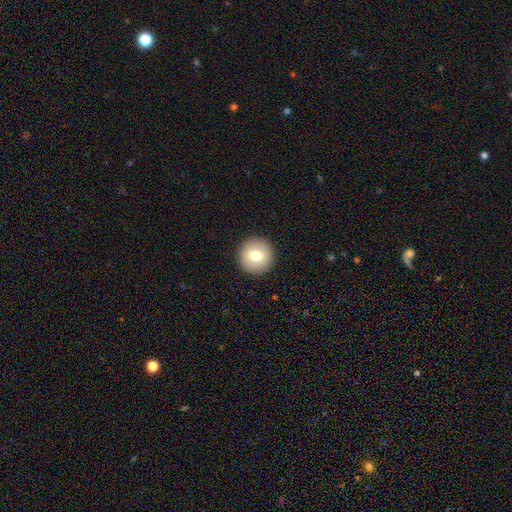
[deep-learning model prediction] A smooth galaxy with no disk features (73%) that is round (95%). Merging: none (92%).